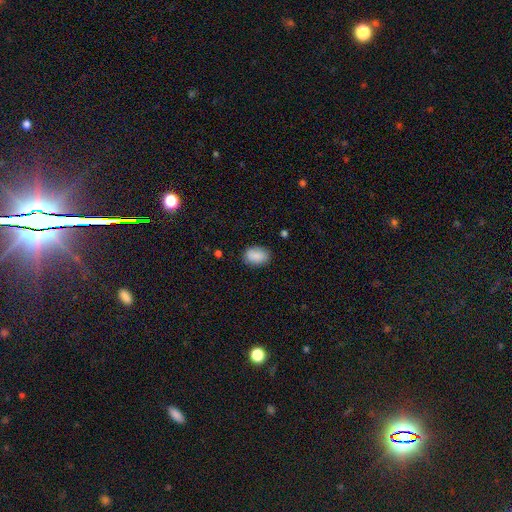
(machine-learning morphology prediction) Overall: smooth (87%). How rounded: in between (81%). Merging: none (81%).